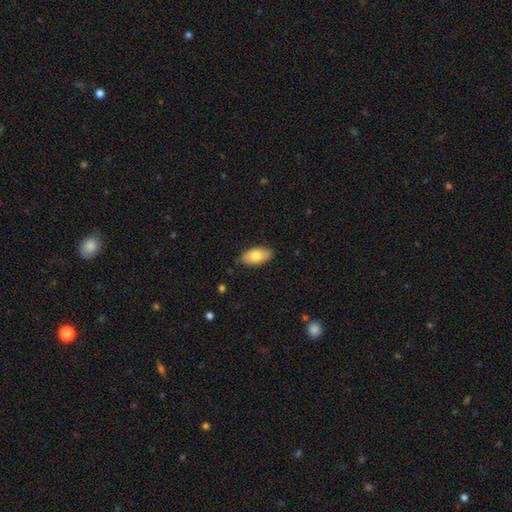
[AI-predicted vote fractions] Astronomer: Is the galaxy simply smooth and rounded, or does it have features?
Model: smooth — 76%.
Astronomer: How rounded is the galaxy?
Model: in between — 92%.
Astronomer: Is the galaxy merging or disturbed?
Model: none — 84%.